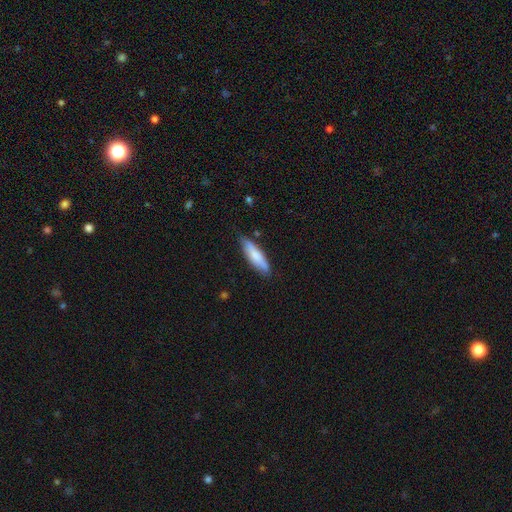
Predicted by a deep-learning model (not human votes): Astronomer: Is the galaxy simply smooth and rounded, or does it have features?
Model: smooth — 73%.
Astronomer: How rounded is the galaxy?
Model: cigar-shaped — 70%.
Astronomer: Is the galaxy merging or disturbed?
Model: none — 80%.